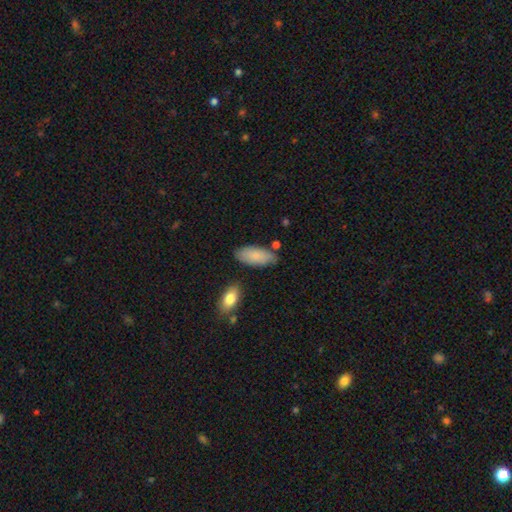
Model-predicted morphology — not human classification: smooth 85%, featured or disk 9%, star or artifact 6%. Down the decision tree: how rounded — in between (88%); merging — none (76%).